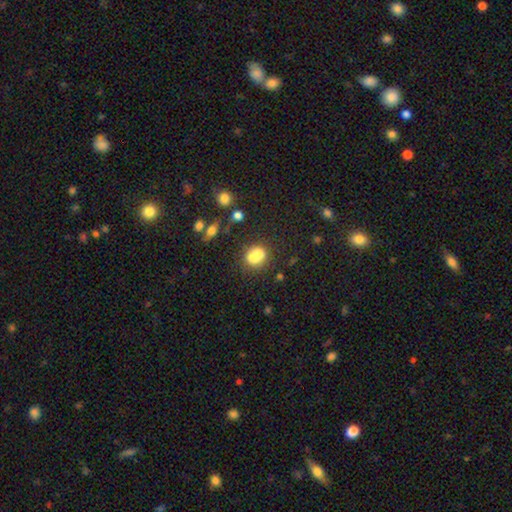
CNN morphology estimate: Smooth or featured? Predicted: smooth (p=0.70). How rounded? Predicted: round (p=0.64). Merging? Predicted: merger (p=0.54).